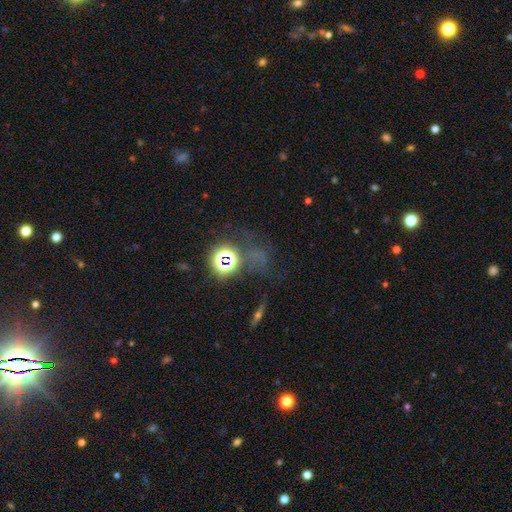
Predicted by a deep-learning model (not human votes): Overall: star or artifact (61%; smooth 25%).